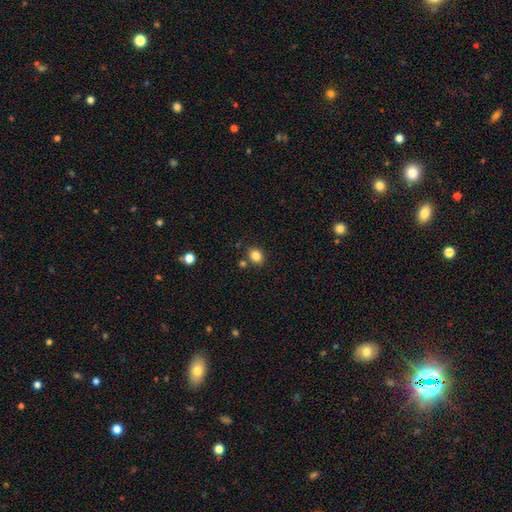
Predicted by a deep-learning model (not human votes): Overall: smooth (83%). How rounded: round (56%; in between 44%). Merging: none (79%).